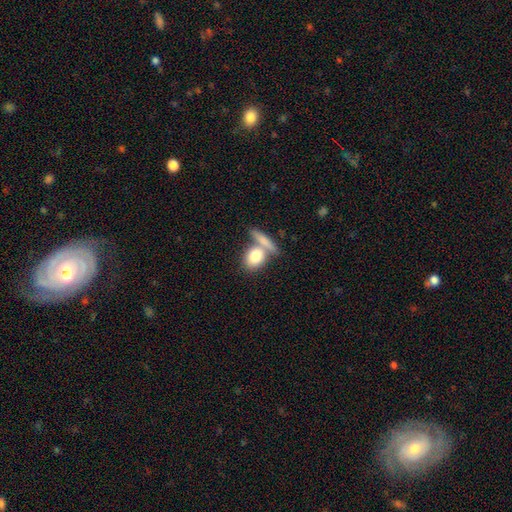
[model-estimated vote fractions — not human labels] smooth-or-featured: smooth: 79% | featured or disk: 14% | star or artifact: 6%
  how-rounded: in between: 55% | round: 38% | cigar-shaped: 7%
  merging: none: 44% | merger: 40% | minor disturbance: 10% | major disturbance: 5%